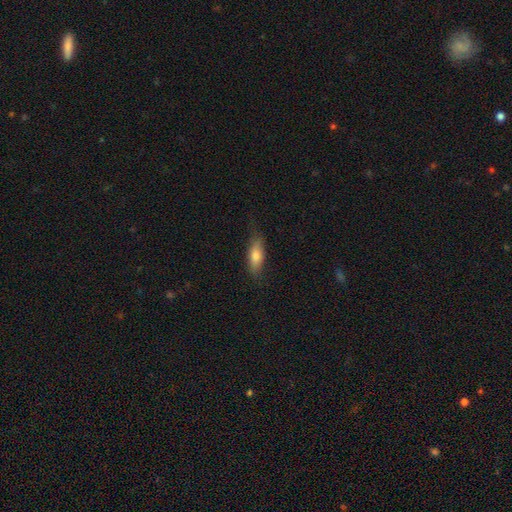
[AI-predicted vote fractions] smooth 70%, featured or disk 23%, star or artifact 7%. Down the decision tree: how rounded — in between (56%); merging — none (73%).